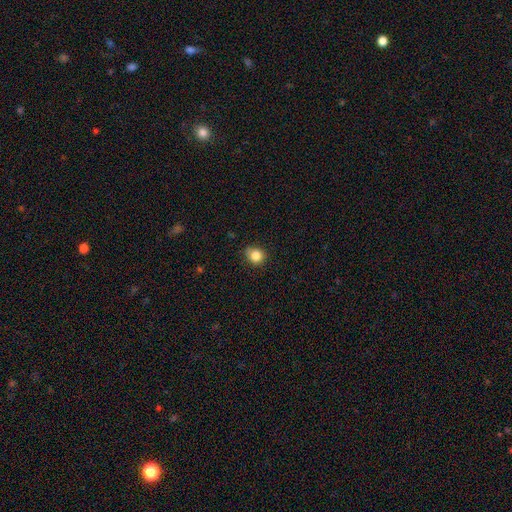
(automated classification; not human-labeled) The model was most divided on "how rounded": round: 73%, in between: 26%, cigar-shaped: 1%. More confident: smooth or featured — smooth (84%); merging — none (77%).